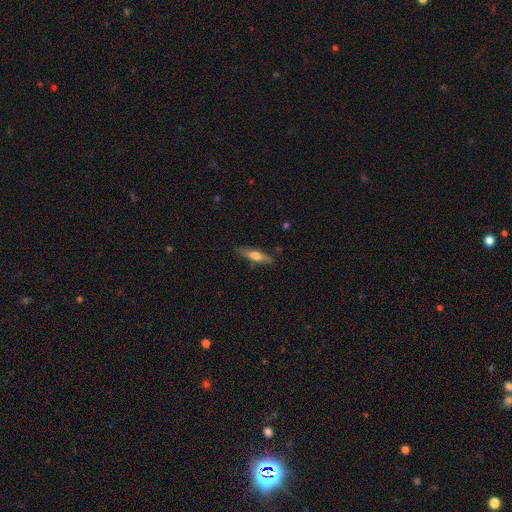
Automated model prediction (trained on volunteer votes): Smooth or featured: smooth — 55% (featured or disk — 39%)
How rounded: cigar-shaped — 74% (in between — 24%)
Merging: none — 83% (minor disturbance — 13%)